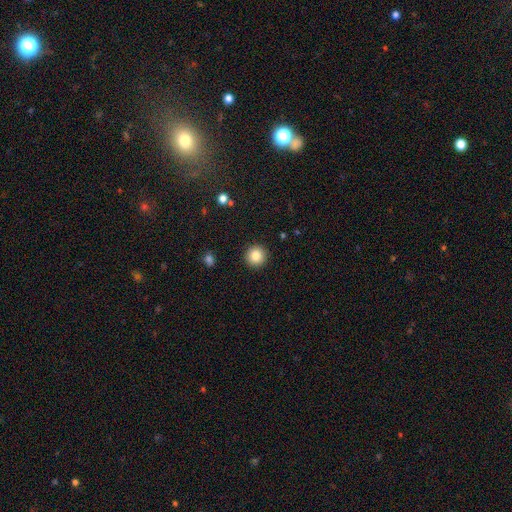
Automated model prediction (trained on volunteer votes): smooth-or-featured: smooth: 84% | star or artifact: 10% | featured or disk: 6%
  how-rounded: round: 95% | in between: 4% | cigar-shaped: 1%
  merging: none: 93% | minor disturbance: 5% | major disturbance: 2% | merger: 1%